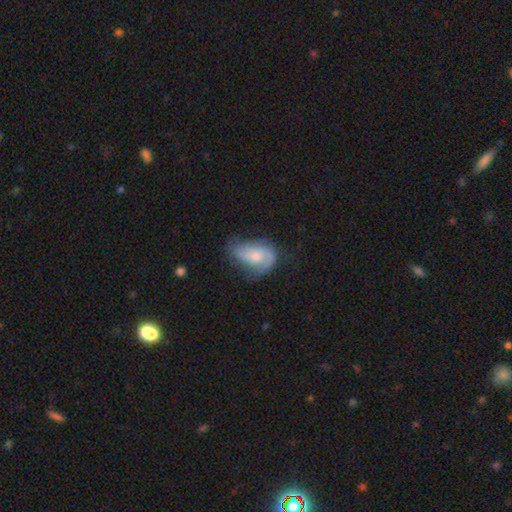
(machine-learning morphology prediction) A featured or disk galaxy (63%) with no bar (66%), 2 (57%) medium (42%) spiral arms (87%) and a moderate central bulge (49%).

Vote fractions:
- Smooth or featured? featured or disk: 63% / smooth: 31% / star or artifact: 7%
- Edge-on disk? no: 96% / yes: 4%
- Bar? no: 66% / weak: 29% / strong: 5%
- Spiral arms? yes: 87% / no: 13%
- Spiral winding? medium: 42% / loose: 31% / tight: 27%
- Spiral arm count? 2: 57% / 1: 19% / can't tell: 15% / 3: 6% / 4: 2% / more than 4: 2%
- Bulge size? moderate: 49% / small: 36% / large: 7% / none: 7% / dominant: 1%
- Merging? none: 49% / minor disturbance: 29% / major disturbance: 20% / merger: 2%